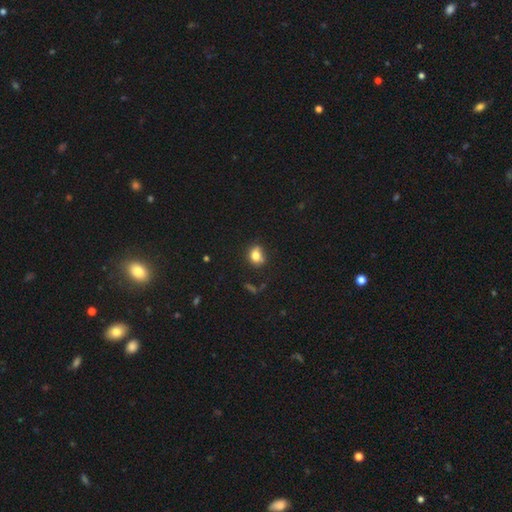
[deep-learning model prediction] Overall: smooth (78%). How rounded: round (50%; in between 49%). Merging: none (61%; minor disturbance 23%).